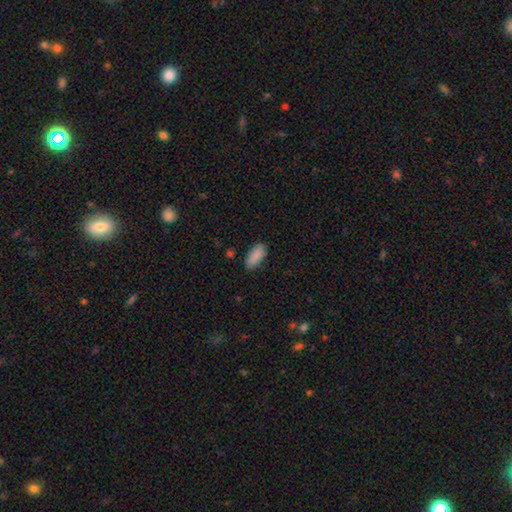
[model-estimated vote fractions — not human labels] This appears to be a smooth galaxy with no disk features (89%) that is in between round and cigar-shaped (87%). Merging: none (83%).